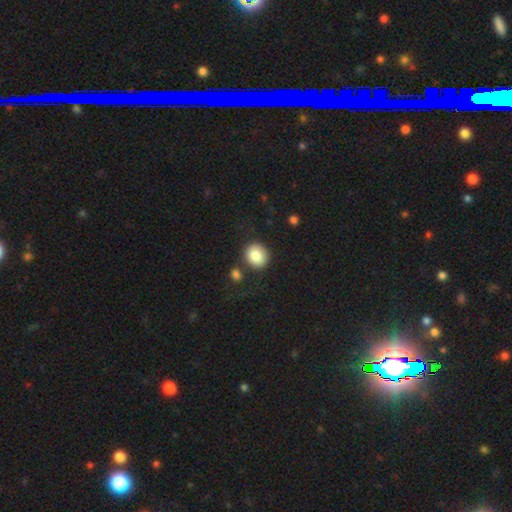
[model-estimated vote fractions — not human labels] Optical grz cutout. It shows a smooth galaxy with no disk features (86%) that is round (81%). Merging: none (79%).